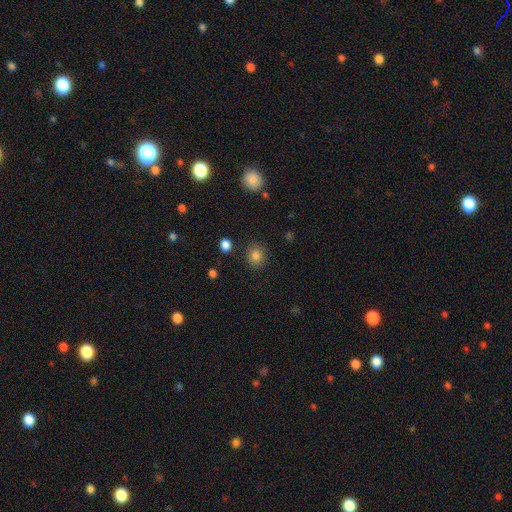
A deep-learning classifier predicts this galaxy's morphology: Smooth or featured? smooth (84%)
How rounded? round (79%)
Merging? none (88%)